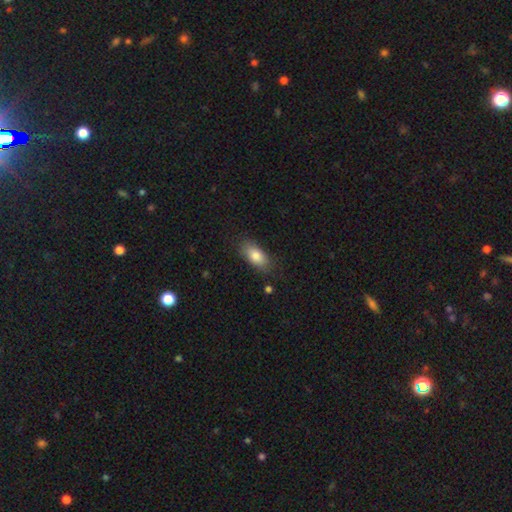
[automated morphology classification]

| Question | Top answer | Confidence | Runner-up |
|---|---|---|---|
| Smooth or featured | smooth | 81% | featured or disk (12%) |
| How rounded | in between | 88% | cigar-shaped (7%) |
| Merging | none | 81% | minor disturbance (14%) |